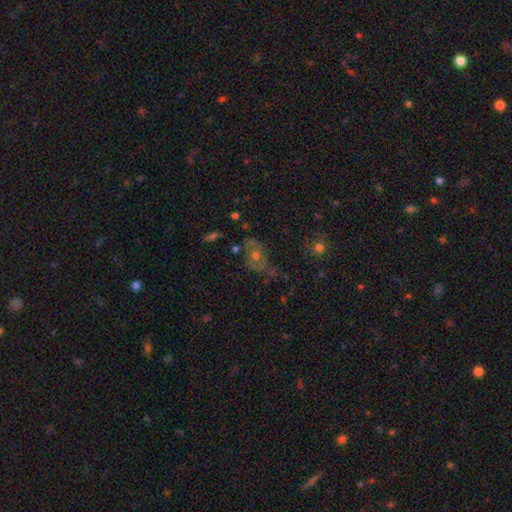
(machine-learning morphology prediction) The model was most divided on "smooth or featured": featured or disk: 43%, smooth: 35%, star or artifact: 22%. Remaining: merging — none (50%).